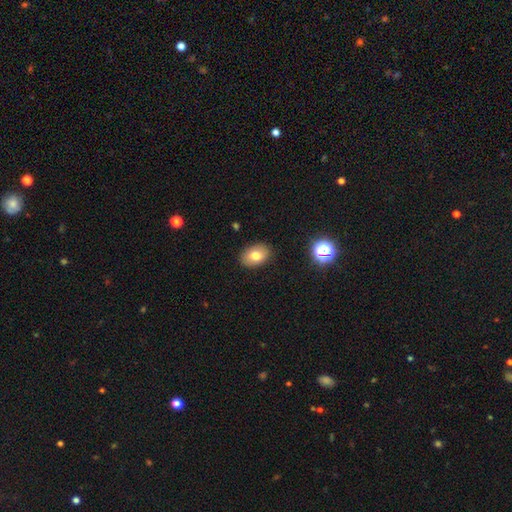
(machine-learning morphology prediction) Smooth or featured?
  - smooth: 77% *
  - featured or disk: 13%
  - star or artifact: 10%
How rounded?
  - in between: 82% *
  - round: 17%
  - cigar-shaped: 1%
Merging?
  - none: 88% *
  - minor disturbance: 9%
  - major disturbance: 2%
  - merger: 1%